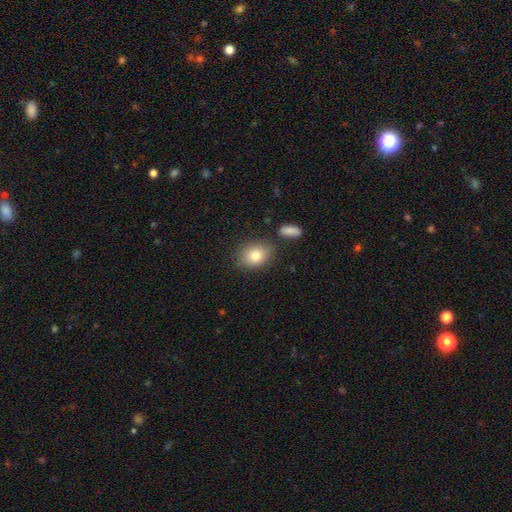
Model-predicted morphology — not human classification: Smooth or featured? Predicted: smooth (p=0.81). How rounded? Predicted: in between (p=0.55). Merging? Predicted: none (p=0.77).